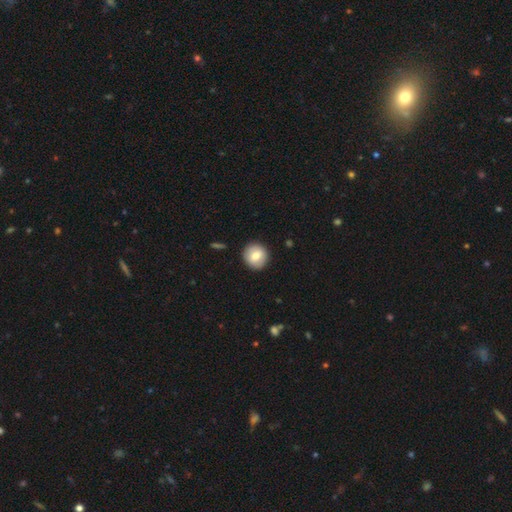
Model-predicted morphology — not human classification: A smooth galaxy with no disk features (77%) that is round (91%).

Vote fractions:
- Smooth or featured? smooth: 77% / featured or disk: 15% / star or artifact: 7%
- How rounded? round: 91% / in between: 8% / cigar-shaped: 1%
- Merging? none: 90% / minor disturbance: 7% / major disturbance: 2% / merger: 1%